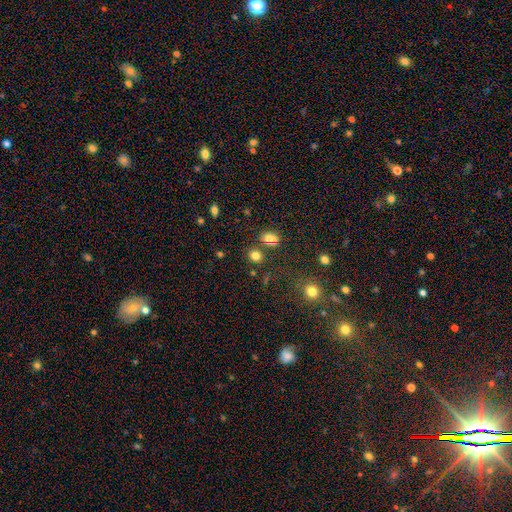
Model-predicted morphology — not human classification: smooth_or_featured: smooth (p=0.77) [alt: star or artifact p=0.16]
how_rounded: round (p=0.68) [alt: in between p=0.31]
merging: none (p=0.72) [alt: merger p=0.15]